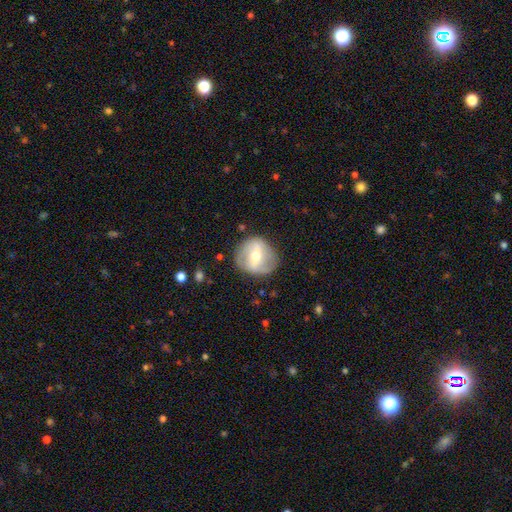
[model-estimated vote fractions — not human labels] Smooth or featured: featured or disk — 60% (smooth — 33%)
Edge-on disk: no — 94% (yes — 6%)
Bar: strong — 43% (weak — 38%)
Spiral arms: yes — 58% (no — 42%)
Bulge size: moderate — 62% (small — 32%)
Merging: none — 79% (minor disturbance — 14%)